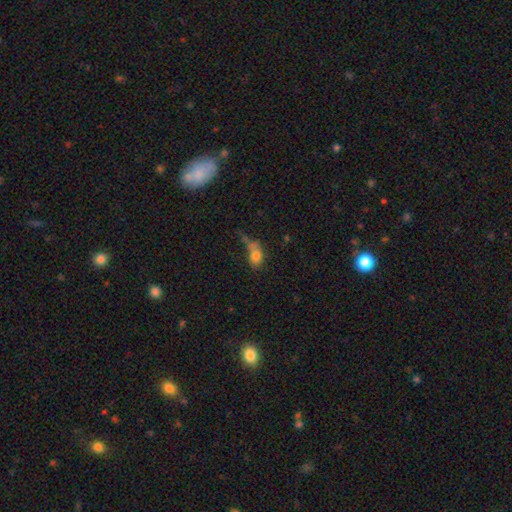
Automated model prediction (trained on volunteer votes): Smooth or featured: smooth — 73% (featured or disk — 15%)
How rounded: in between — 70% (round — 26%)
Merging: none — 30% (merger — 27%)